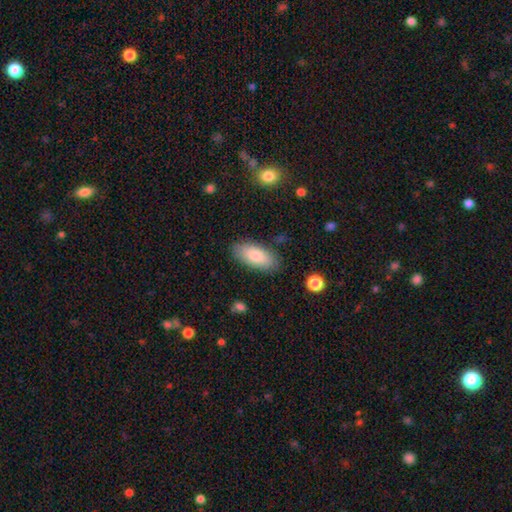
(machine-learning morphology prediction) This is clearly a smooth galaxy (81%). How rounded: clearly in between (88%). Merging: clearly none (84%).